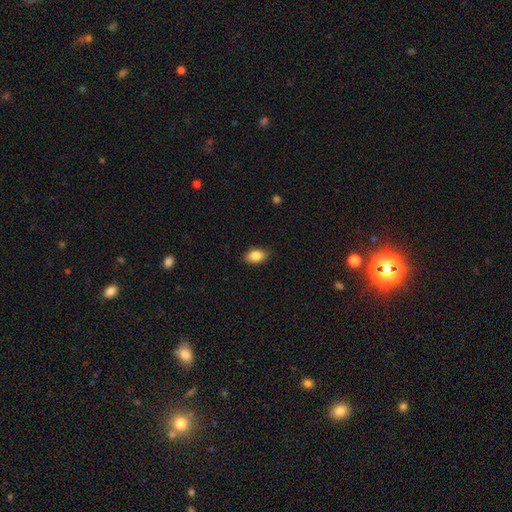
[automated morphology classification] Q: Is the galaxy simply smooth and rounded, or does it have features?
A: smooth — 85%.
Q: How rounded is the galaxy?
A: in between — 86%.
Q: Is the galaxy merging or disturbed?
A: none — 87%.